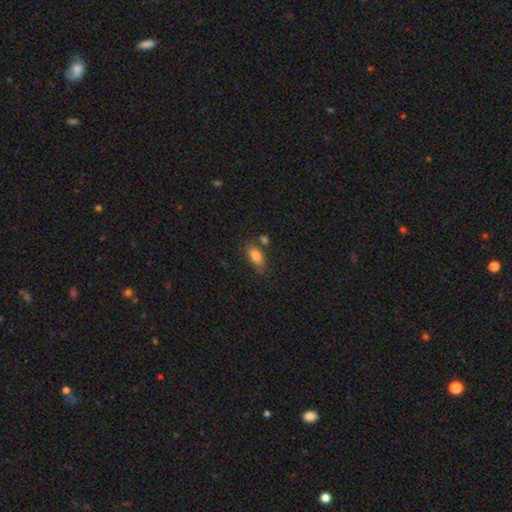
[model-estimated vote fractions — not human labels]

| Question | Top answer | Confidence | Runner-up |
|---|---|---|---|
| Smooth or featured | smooth | 82% | featured or disk (10%) |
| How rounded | in between | 88% | round (6%) |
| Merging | none | 61% | minor disturbance (21%) |